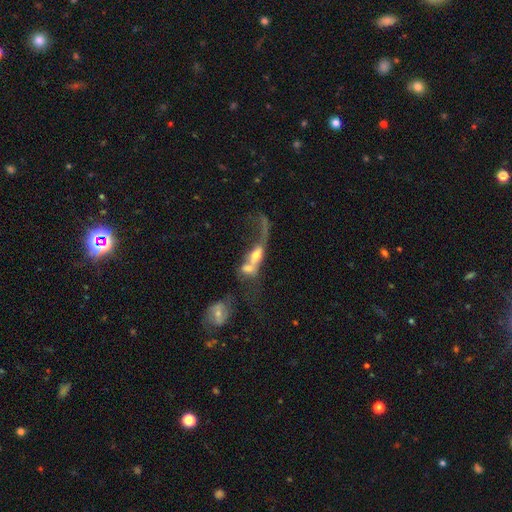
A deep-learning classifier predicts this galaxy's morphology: smooth_or_featured: featured or disk (p=0.50) [alt: smooth p=0.40]
merging: merger (p=0.67) [alt: major disturbance p=0.19]